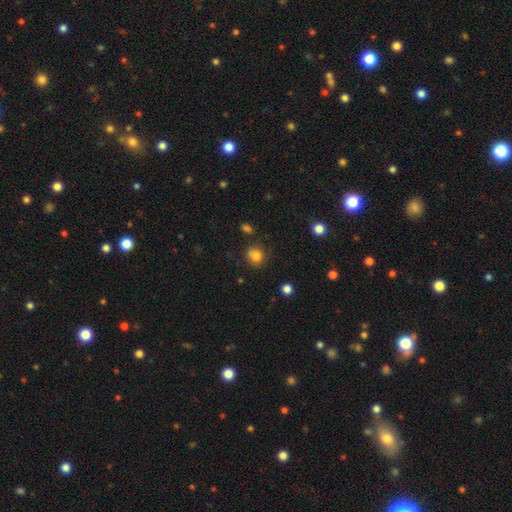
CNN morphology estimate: smooth-or-featured: smooth: 82% | star or artifact: 12% | featured or disk: 6%
  how-rounded: round: 78% | in between: 21% | cigar-shaped: 1%
  merging: none: 77% | minor disturbance: 15% | merger: 4% | major disturbance: 4%